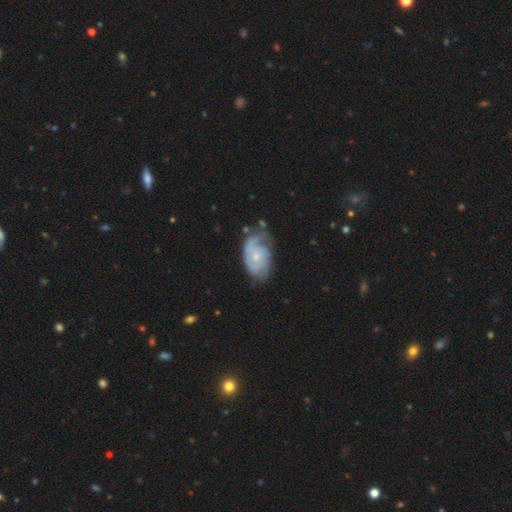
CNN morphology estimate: featured or disk 75%, smooth 20%, star or artifact 6%. Down the decision tree: edge-on disk — no (97%); bar — no (73%); spiral arms — yes (92%); spiral arm count — 2 (39%); spiral winding — tight (50%); bulge size — small (67%); merging — none (53%).